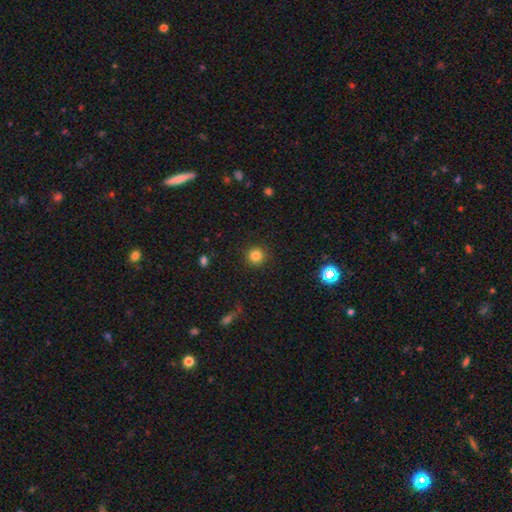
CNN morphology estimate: type=smooth (82%); roundness=round (94%); merging=none (91%).